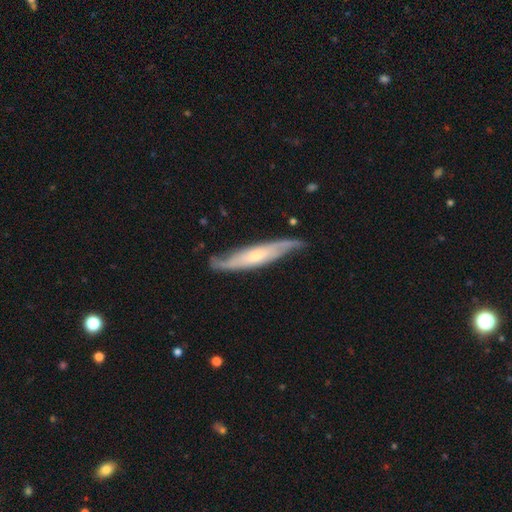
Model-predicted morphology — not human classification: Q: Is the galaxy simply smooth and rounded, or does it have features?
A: featured or disk — 70%.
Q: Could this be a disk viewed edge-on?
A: no — 50%, tied with yes.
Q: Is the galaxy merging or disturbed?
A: none — 73%.